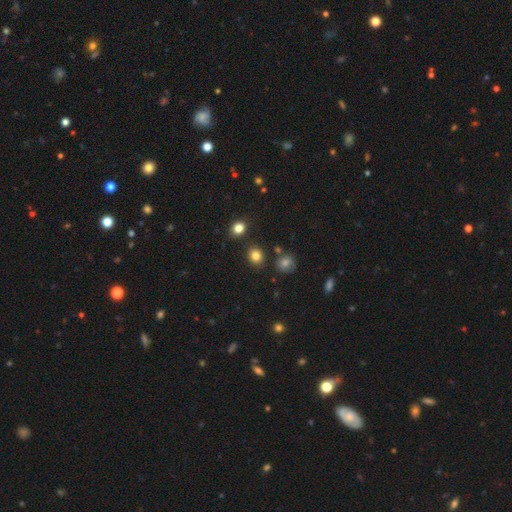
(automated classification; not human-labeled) Morphology: type=smooth (82%); roundness=round (73%); merging=none (85%).